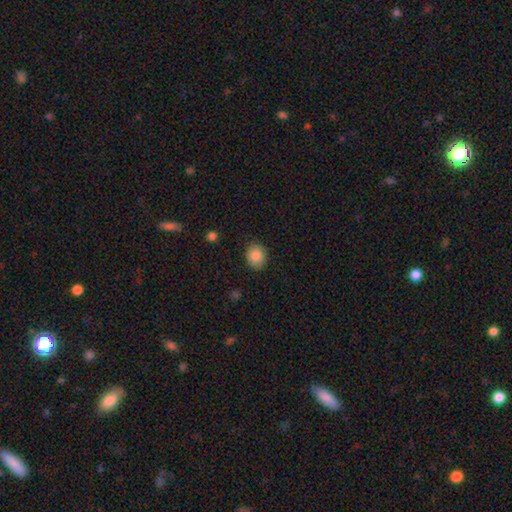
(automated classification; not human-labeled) This is clearly a smooth galaxy (86%). How rounded: likely round (61%). Merging: clearly none (87%).